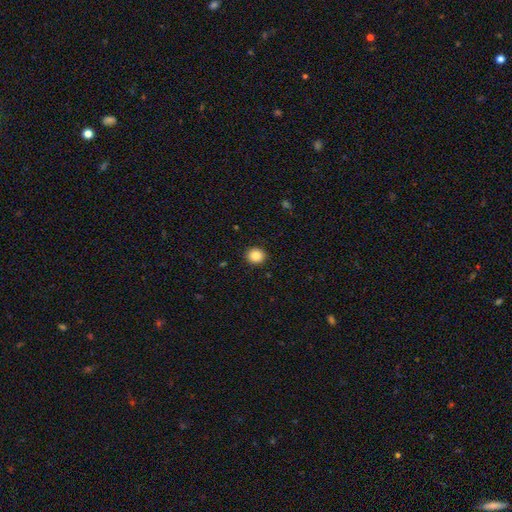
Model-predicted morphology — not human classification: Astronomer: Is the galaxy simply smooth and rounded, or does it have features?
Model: smooth — 87%.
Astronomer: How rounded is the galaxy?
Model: round — 82%.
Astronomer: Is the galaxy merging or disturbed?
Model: none — 91%.